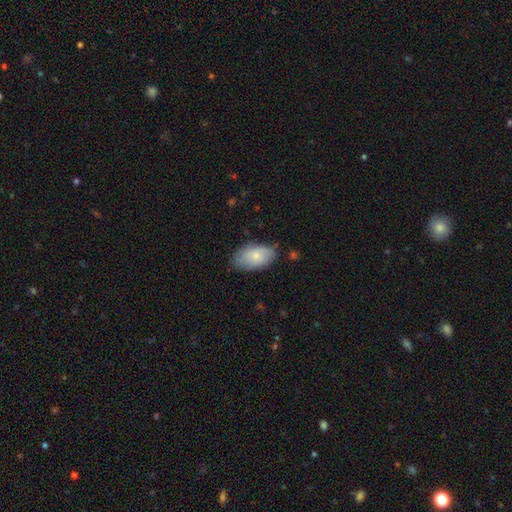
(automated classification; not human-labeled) This is likely a smooth galaxy (77%). How rounded: clearly in between (93%). Merging: likely none (74%).